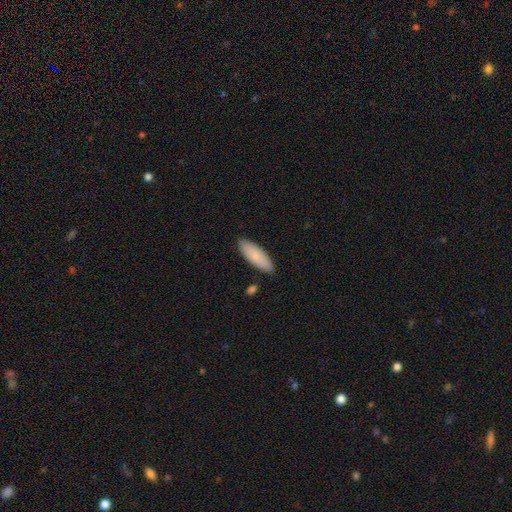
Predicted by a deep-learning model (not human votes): Morphology: type=smooth (86%); roundness=in between (65%); merging=none (86%).